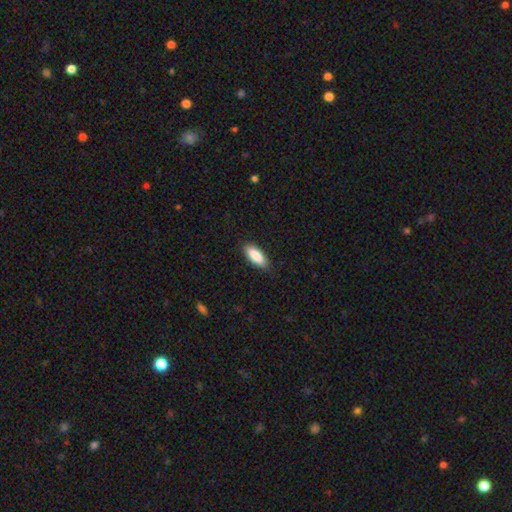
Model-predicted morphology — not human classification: smooth 87%, featured or disk 7%, star or artifact 6%. Down the decision tree: how rounded — in between (76%); merging — none (87%).